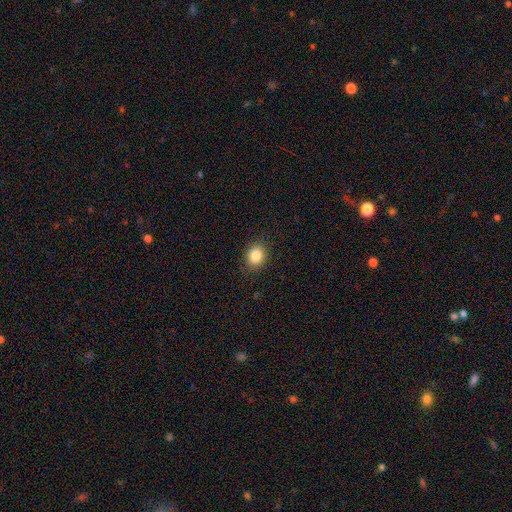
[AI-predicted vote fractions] Overall: smooth (85%). How rounded: round (50%; in between 49%). Merging: none (87%).